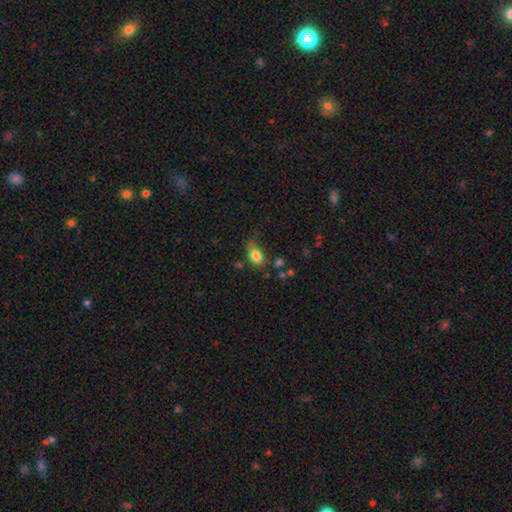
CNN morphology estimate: Smooth or featured: smooth — 82% (star or artifact — 9%)
How rounded: in between — 80% (round — 18%)
Merging: none — 49% (minor disturbance — 33%)